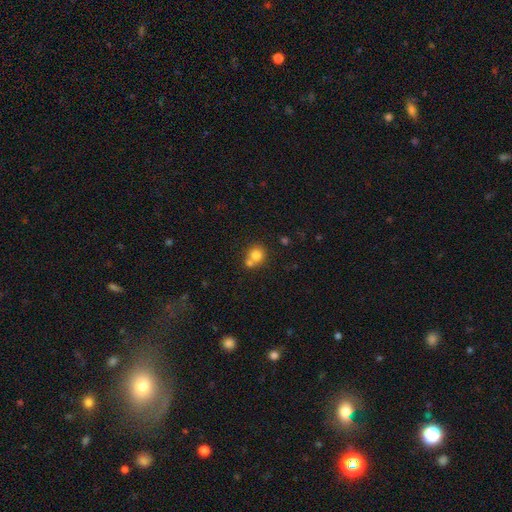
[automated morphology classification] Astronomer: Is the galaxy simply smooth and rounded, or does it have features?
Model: smooth — 78%.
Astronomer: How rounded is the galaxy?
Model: round — 84%.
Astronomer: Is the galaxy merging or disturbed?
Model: none — 48% (runner-up: merger, 40%).